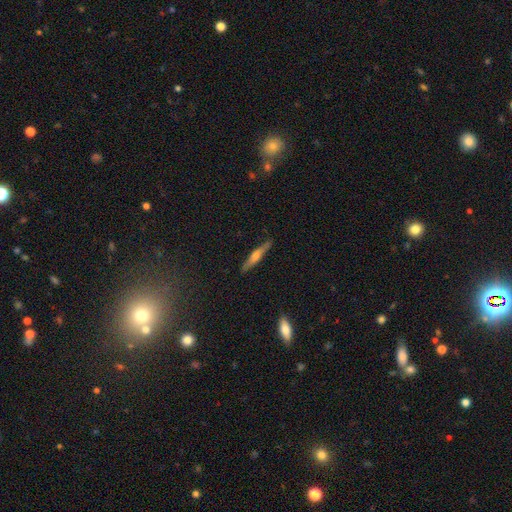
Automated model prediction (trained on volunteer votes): Overall: featured or disk (56%; smooth 37%). Edge-on disk: yes (96%). Edge-on bulge: rounded (81%). Merging: none (89%).